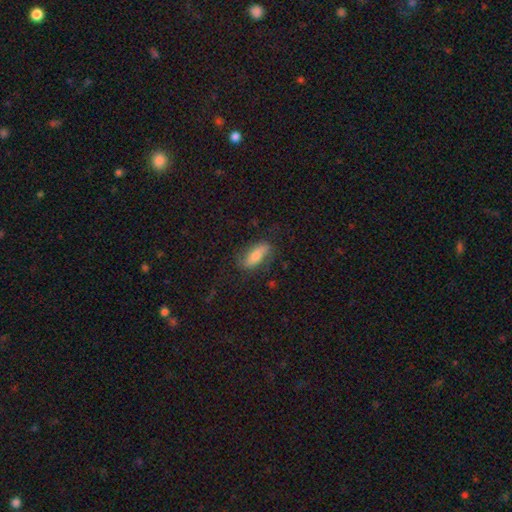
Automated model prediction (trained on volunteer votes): Smooth or featured? Predicted: smooth (p=0.65). How rounded? Predicted: in between (p=0.67). Merging? Predicted: none (p=0.75).